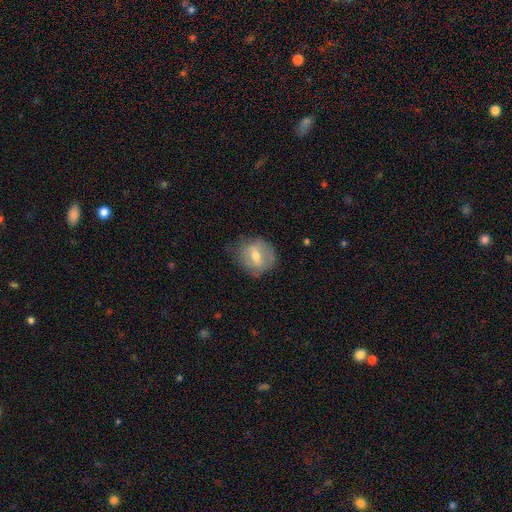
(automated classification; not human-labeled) smooth-or-featured: smooth: 49% | featured or disk: 43% | star or artifact: 8%
  merging: none: 68% | minor disturbance: 22% | major disturbance: 8% | merger: 2%